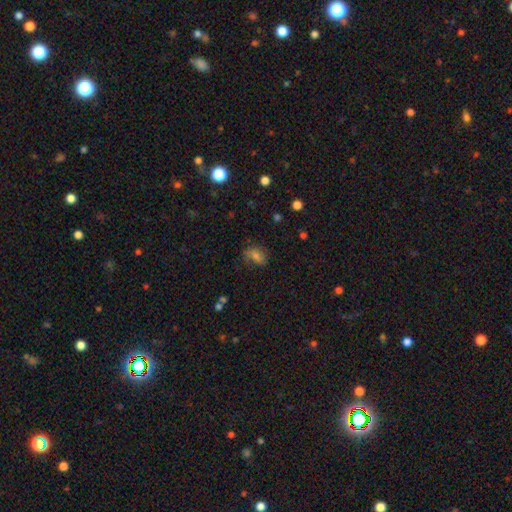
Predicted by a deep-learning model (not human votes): A smooth galaxy with no disk features (61%) that is in between round and cigar-shaped (71%). Merging: none (68%).